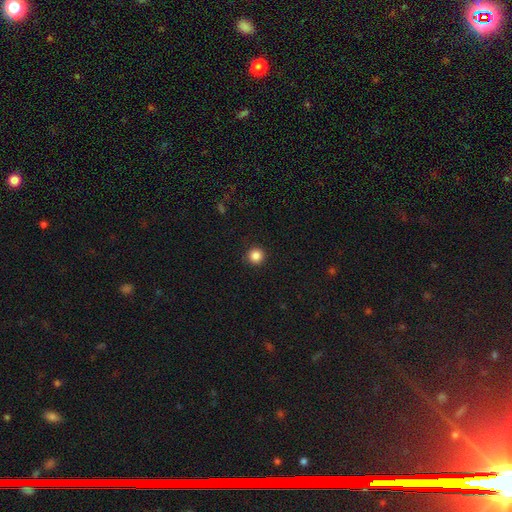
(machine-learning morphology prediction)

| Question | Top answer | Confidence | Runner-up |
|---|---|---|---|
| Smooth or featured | smooth | 86% | star or artifact (11%) |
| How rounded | round | 96% | in between (3%) |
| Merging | none | 93% | minor disturbance (5%) |